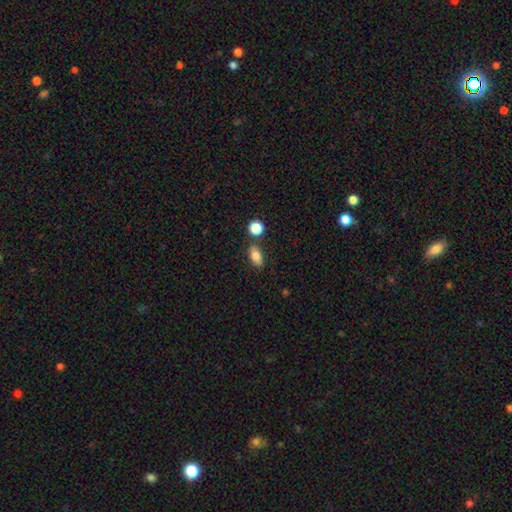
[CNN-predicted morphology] Smooth or featured? Predicted: smooth (p=0.80). How rounded? Predicted: in between (p=0.87). Merging? Predicted: none (p=0.79).